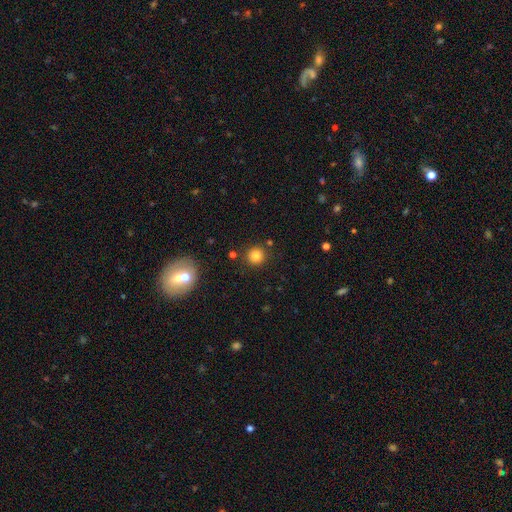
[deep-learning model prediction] The model was most divided on "smooth or featured": smooth: 81%, star or artifact: 13%, featured or disk: 6%. More confident: how rounded — round (91%); merging — none (85%).